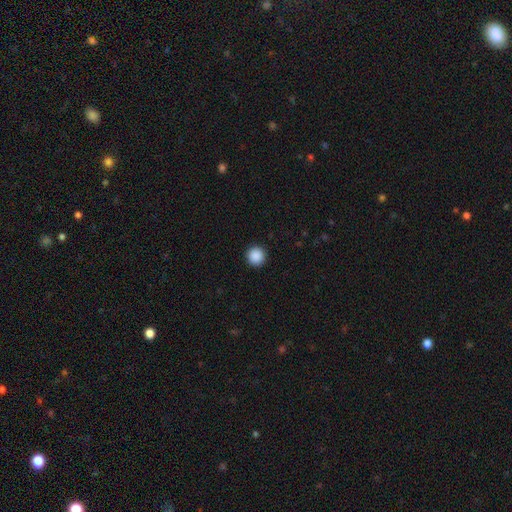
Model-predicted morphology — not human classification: smooth 89%, star or artifact 9%, featured or disk 2%. Down the decision tree: how rounded — round (96%); merging — none (93%).